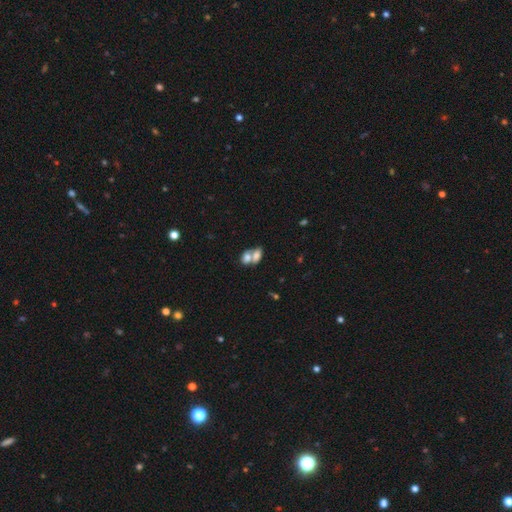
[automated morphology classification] smooth 72%, featured or disk 19%, star or artifact 9%. Down the decision tree: how rounded — in between (82%); merging — merger (70%).